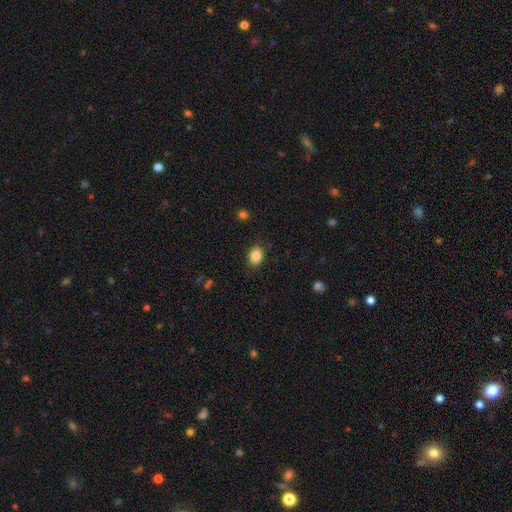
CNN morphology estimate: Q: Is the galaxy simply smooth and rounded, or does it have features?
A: smooth — 85%.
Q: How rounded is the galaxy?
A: in between — 61%.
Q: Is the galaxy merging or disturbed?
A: none — 85%.